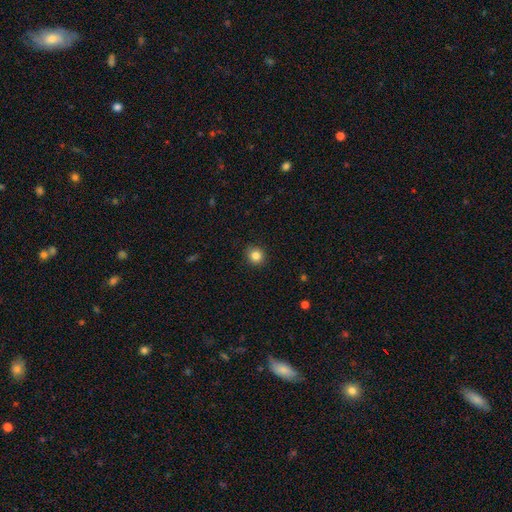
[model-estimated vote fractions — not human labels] The model was most divided on "smooth or featured": smooth: 84%, star or artifact: 11%, featured or disk: 5%. More confident: merging — none (91%); how rounded — round (88%).